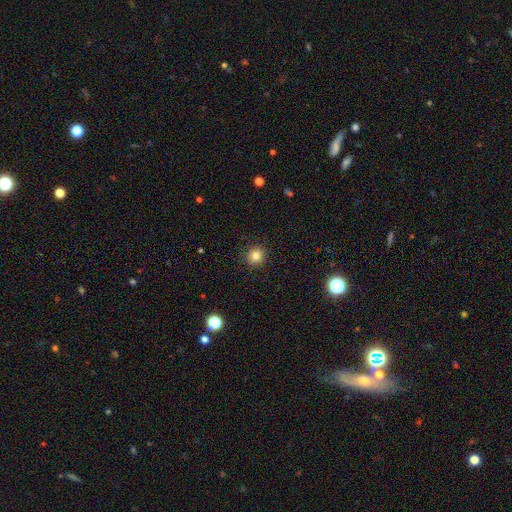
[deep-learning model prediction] Overall: smooth (82%). How rounded: round (92%). Merging: none (92%).